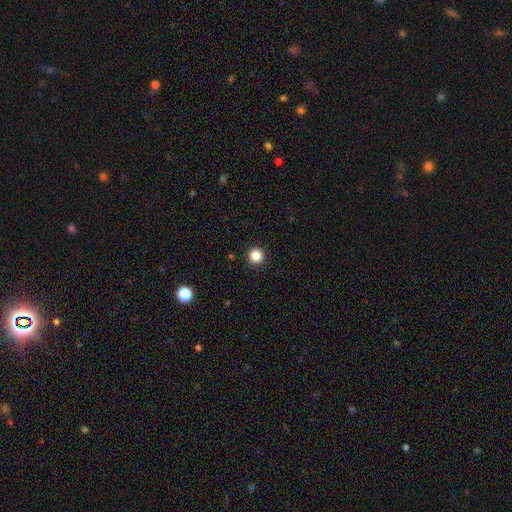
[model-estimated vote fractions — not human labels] This is clearly a smooth galaxy (86%). How rounded: clearly round (96%). Merging: clearly none (93%).